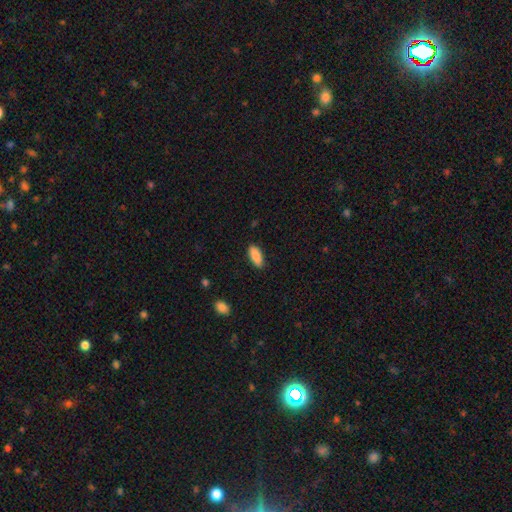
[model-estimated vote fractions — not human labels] A smooth galaxy with no disk features (89%) that is in between round and cigar-shaped (80%). Merging: none (86%).